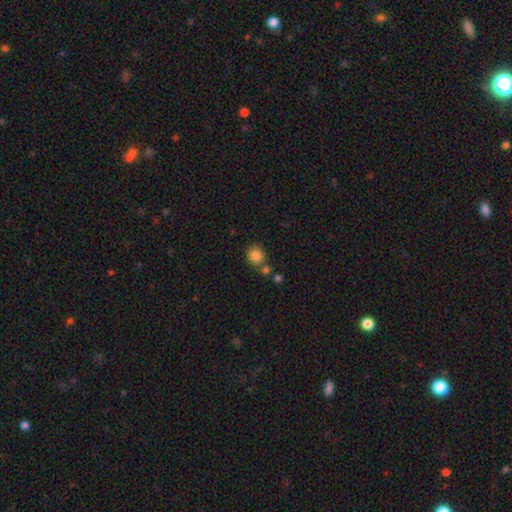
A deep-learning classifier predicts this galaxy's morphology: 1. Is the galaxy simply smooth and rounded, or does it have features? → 84% smooth, 10% star or artifact, 5% featured or disk.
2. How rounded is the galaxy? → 87% round, 12% in between, 1% cigar-shaped.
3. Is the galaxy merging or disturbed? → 67% none, 18% merger, 11% minor disturbance, 4% major disturbance.